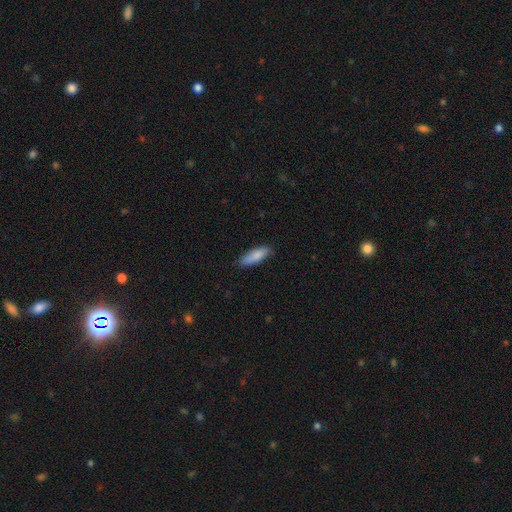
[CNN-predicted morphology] This appears to be a smooth galaxy with no disk features (85%) that is in between round and cigar-shaped (56%). Merging: none (84%).